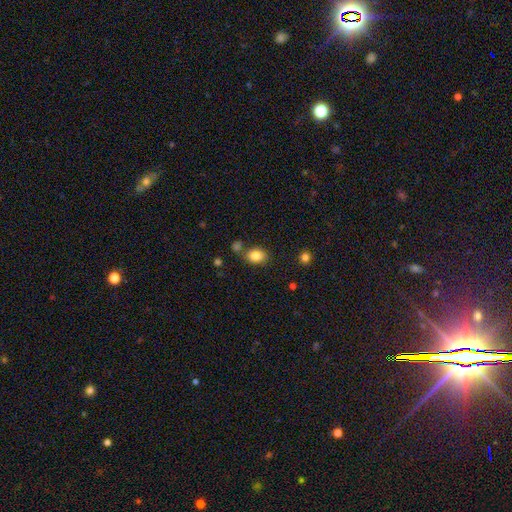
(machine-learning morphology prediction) Smooth or featured: smooth — 85% (star or artifact — 9%)
How rounded: in between — 64% (round — 35%)
Merging: none — 74% (minor disturbance — 12%)